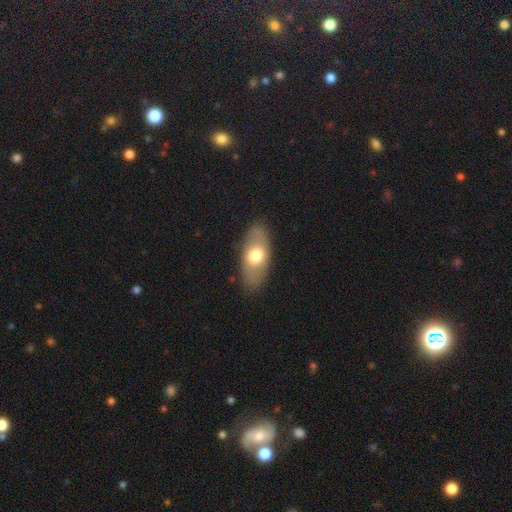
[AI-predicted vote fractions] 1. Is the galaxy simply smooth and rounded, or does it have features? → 63% smooth, 31% featured or disk, 6% star or artifact.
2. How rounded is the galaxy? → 87% in between, 8% cigar-shaped, 5% round.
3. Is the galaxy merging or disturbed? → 84% none, 11% minor disturbance, 3% major disturbance, 1% merger.